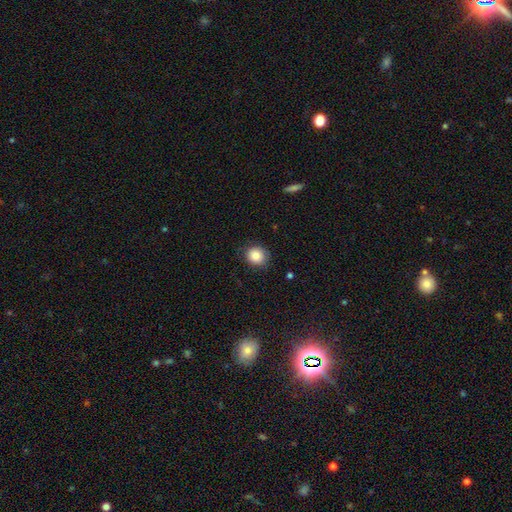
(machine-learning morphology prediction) This appears to be a smooth galaxy with no disk features (86%) that is round (80%). Merging: none (82%).